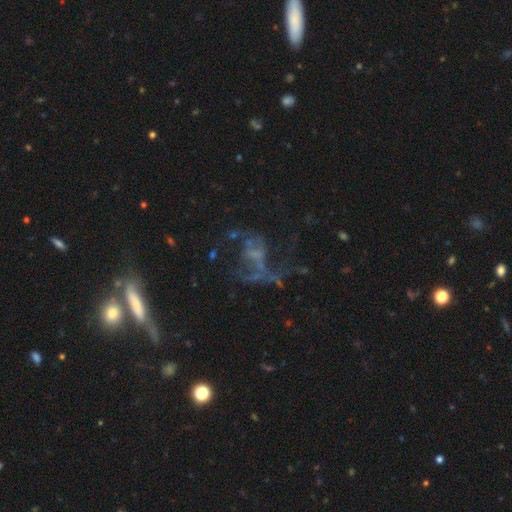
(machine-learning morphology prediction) This is possibly a featured or disk galaxy (56%). It is clearly not viewed edge-on (95%). Bar: likely no (77%). Spiral arm pattern: likely no (65%). Central bulge: likely none (65%). Merging: marginally major disturbance (43%).